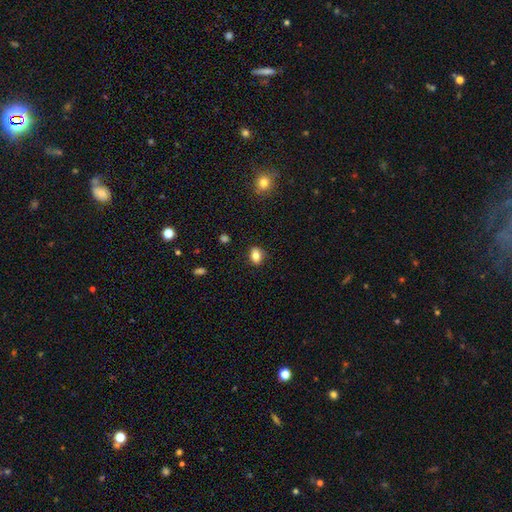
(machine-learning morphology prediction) This appears to be a smooth galaxy with no disk features (81%) that is in between round and cigar-shaped (67%). Merging: none (86%).